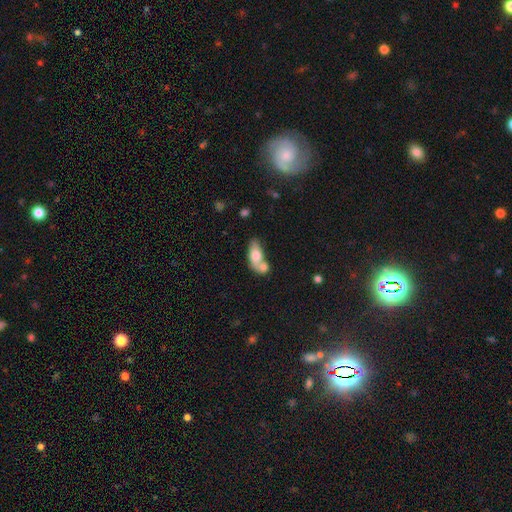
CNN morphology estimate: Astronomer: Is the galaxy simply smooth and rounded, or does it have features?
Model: smooth — 71%.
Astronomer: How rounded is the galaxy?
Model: in between — 81%.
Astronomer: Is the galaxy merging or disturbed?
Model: merger — 59%.